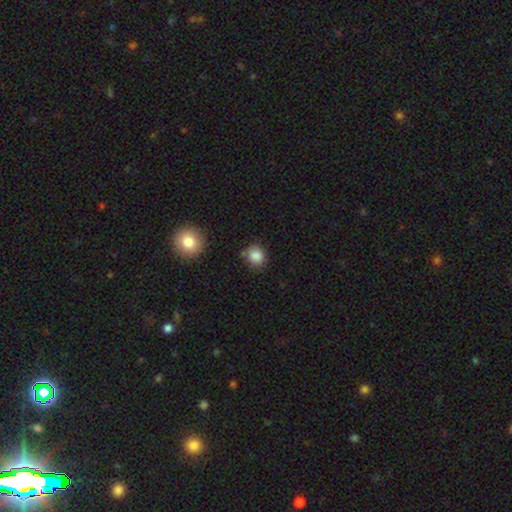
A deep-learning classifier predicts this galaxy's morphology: Smooth or featured? smooth (86%)
How rounded? round (75%)
Merging? none (75%)